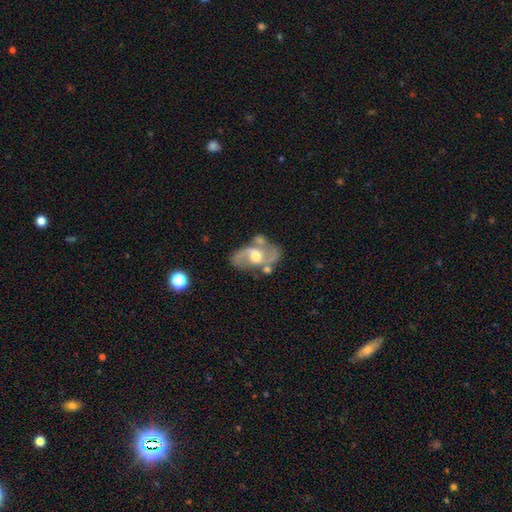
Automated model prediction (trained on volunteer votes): Q: Smooth or featured?
A: featured or disk (82%); runner-up: smooth (12%)
Q: Edge-on disk?
A: no (96%); runner-up: yes (4%)
Q: Bar?
A: weak (43%); runner-up: no (42%)
Q: Spiral arms?
A: yes (90%); runner-up: no (10%)
Q: Spiral winding?
A: medium (47%); runner-up: loose (41%)
Q: Spiral arm count?
A: 2 (90%); runner-up: can't tell (5%)
Q: Bulge size?
A: moderate (70%); runner-up: small (18%)
Q: Merging?
A: none (60%); runner-up: minor disturbance (18%)